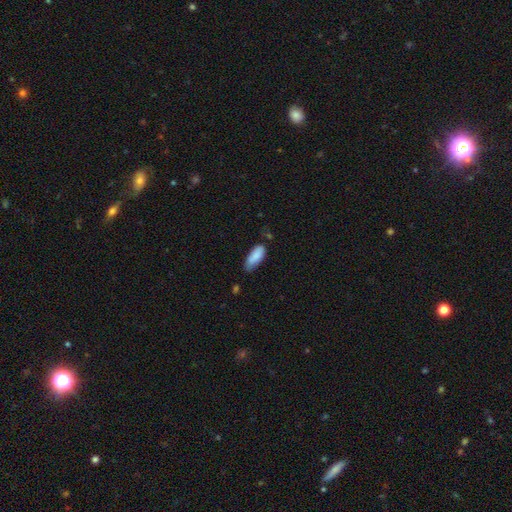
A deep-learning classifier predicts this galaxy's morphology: type=smooth (85%); roundness=in between (81%); merging=none (52%).